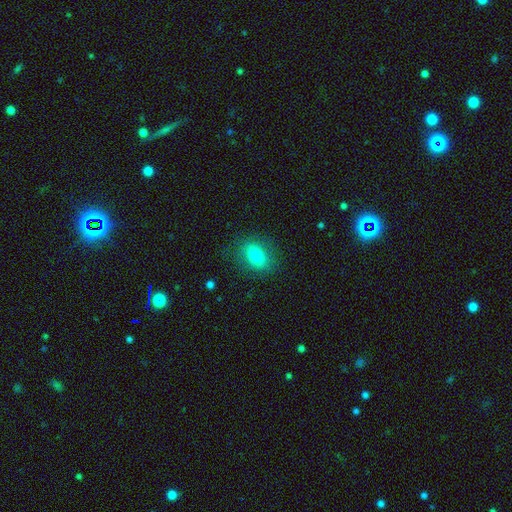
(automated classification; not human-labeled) smooth 78%, featured or disk 13%, star or artifact 9%. Down the decision tree: how rounded — in between (75%); merging — none (80%).